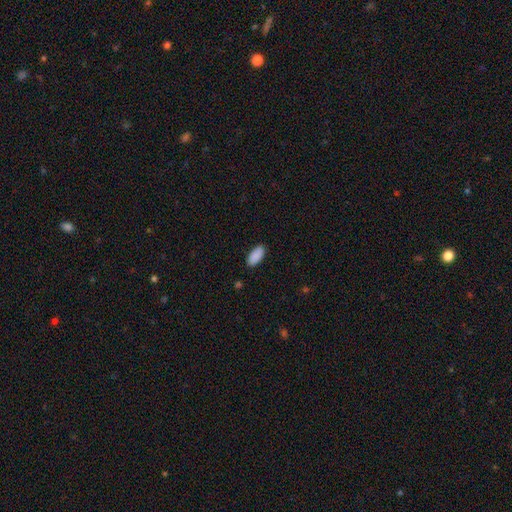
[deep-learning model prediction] smooth_or_featured: smooth (p=0.90) [alt: star or artifact p=0.06]
how_rounded: in between (p=0.91) [alt: cigar-shaped p=0.07]
merging: none (p=0.88) [alt: minor disturbance p=0.09]